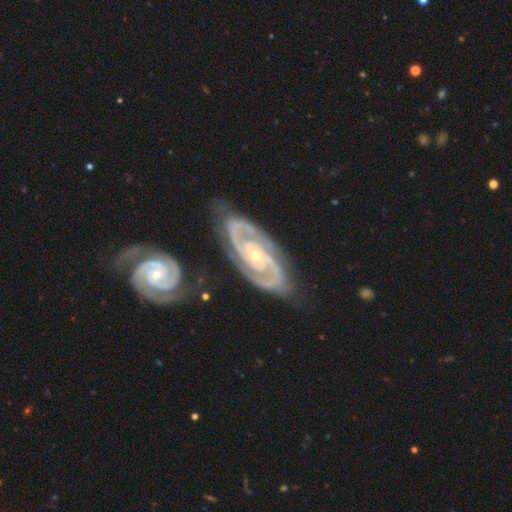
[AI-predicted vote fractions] featured or disk 93%, star or artifact 4%, smooth 3%. Down the decision tree: edge-on disk — no (96%); bar — no (66%); spiral arms — yes (99%); spiral arm count — 2 (89%); spiral winding — tight (63%); bulge size — small (68%); merging — none (73%).